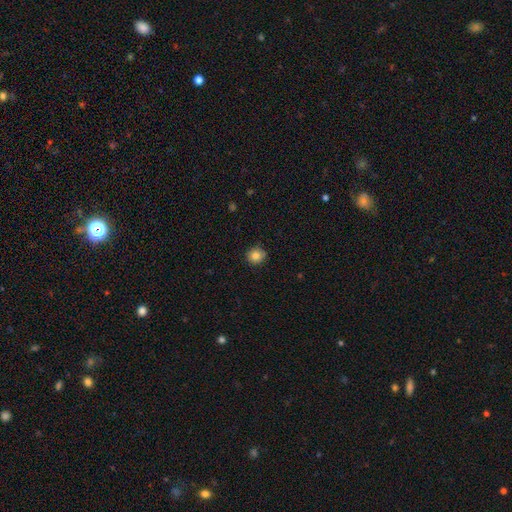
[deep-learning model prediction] smooth-or-featured: smooth: 84% | star or artifact: 10% | featured or disk: 6%
  how-rounded: round: 90% | in between: 9% | cigar-shaped: 1%
  merging: none: 86% | minor disturbance: 11% | major disturbance: 2% | merger: 1%